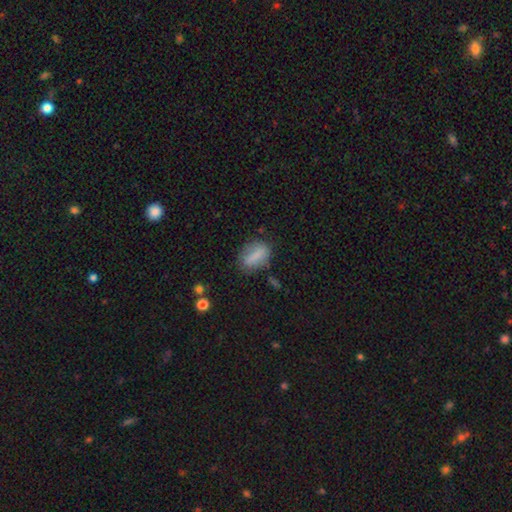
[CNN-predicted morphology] smooth_or_featured: smooth (p=0.75) [alt: featured or disk p=0.16]
how_rounded: in between (p=0.79) [alt: round p=0.14]
merging: none (p=0.70) [alt: minor disturbance p=0.20]